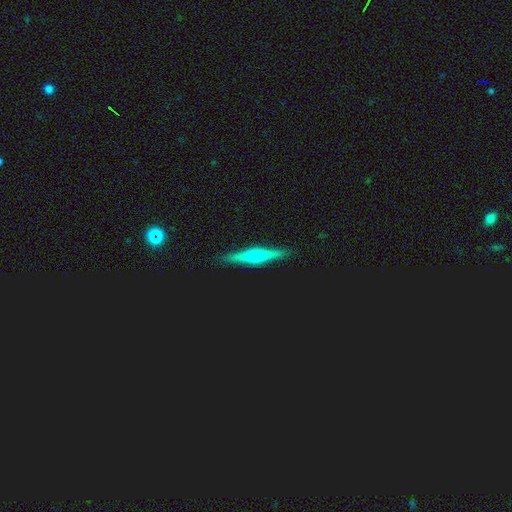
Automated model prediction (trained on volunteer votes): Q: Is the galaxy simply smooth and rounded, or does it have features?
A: featured or disk — 65%.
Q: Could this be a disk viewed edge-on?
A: yes — 97%.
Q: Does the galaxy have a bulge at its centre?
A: rounded — 80%.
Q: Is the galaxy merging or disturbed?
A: none — 91%.